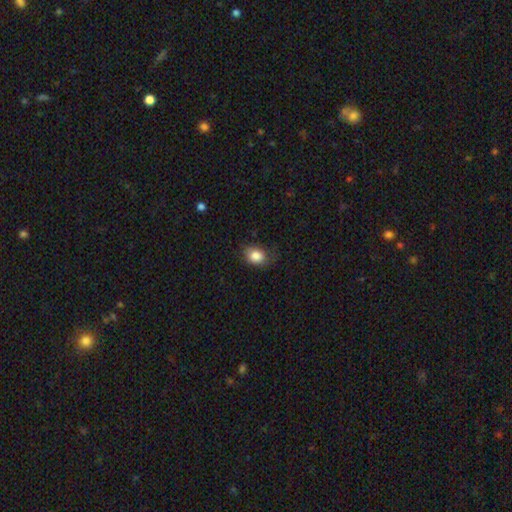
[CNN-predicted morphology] type=smooth (84%); roundness=in between (64%); merging=none (70%).